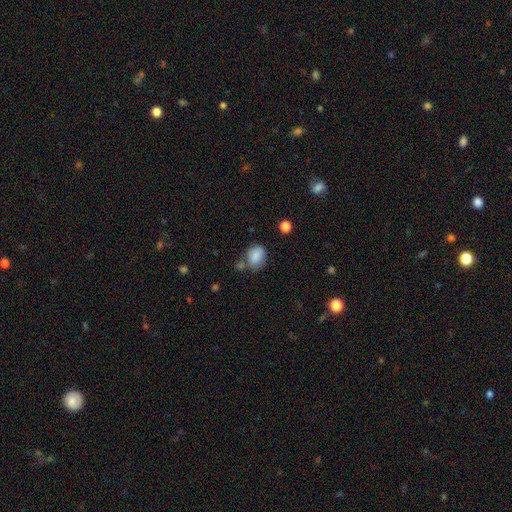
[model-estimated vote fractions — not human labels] A smooth galaxy with no disk features (83%) that is in between round and cigar-shaped (52%).

Vote fractions:
- Smooth or featured? smooth: 83% / star or artifact: 9% / featured or disk: 8%
- How rounded? in between: 52% / round: 47% / cigar-shaped: 1%
- Merging? none: 54% / minor disturbance: 24% / merger: 14% / major disturbance: 8%